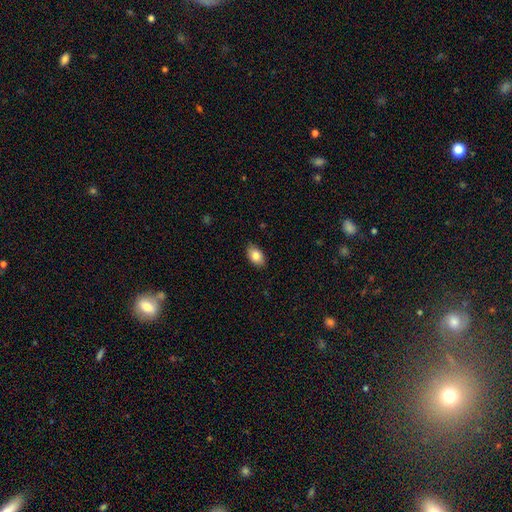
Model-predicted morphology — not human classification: Smooth or featured? Predicted: smooth (p=0.83). How rounded? Predicted: in between (p=0.90). Merging? Predicted: none (p=0.87).